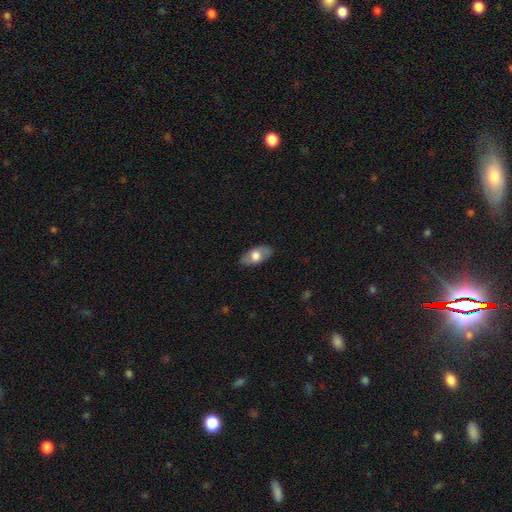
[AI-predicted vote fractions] The model was most divided on "smooth or featured": smooth: 60%, featured or disk: 34%, star or artifact: 6%. More confident: how rounded — in between (90%); merging — none (83%).